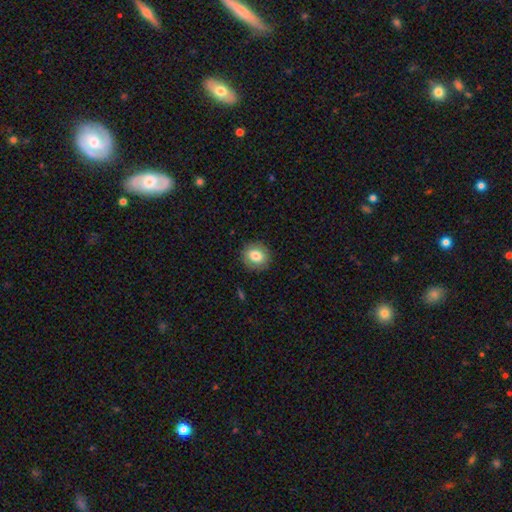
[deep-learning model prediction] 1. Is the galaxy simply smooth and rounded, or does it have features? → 80% smooth, 12% featured or disk, 9% star or artifact.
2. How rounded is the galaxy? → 77% round, 22% in between, 1% cigar-shaped.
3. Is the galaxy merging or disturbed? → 89% none, 8% minor disturbance, 2% major disturbance, 1% merger.